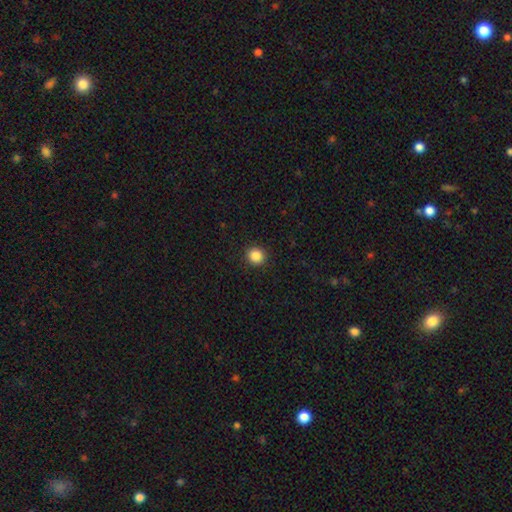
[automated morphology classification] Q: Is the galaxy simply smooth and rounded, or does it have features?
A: smooth — 86%.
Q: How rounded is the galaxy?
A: round — 91%.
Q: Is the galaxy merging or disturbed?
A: none — 92%.